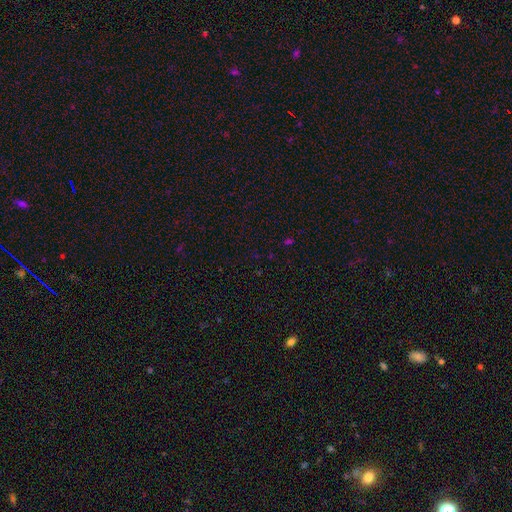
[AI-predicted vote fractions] smooth-or-featured: star or artifact: 65% | smooth: 28% | featured or disk: 7%